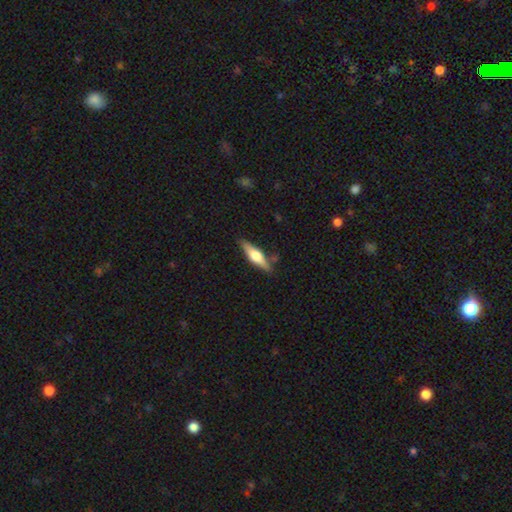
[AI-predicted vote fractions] featured or disk 50%, smooth 44%, star or artifact 6%. Down the decision tree: edge-on disk — yes (94%); merging — none (83%).